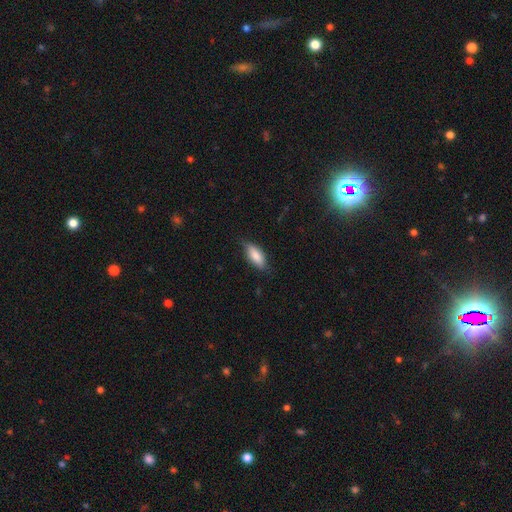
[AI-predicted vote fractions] A smooth galaxy with no disk features (82%) that is in between round and cigar-shaped (77%). Merging: none (75%).